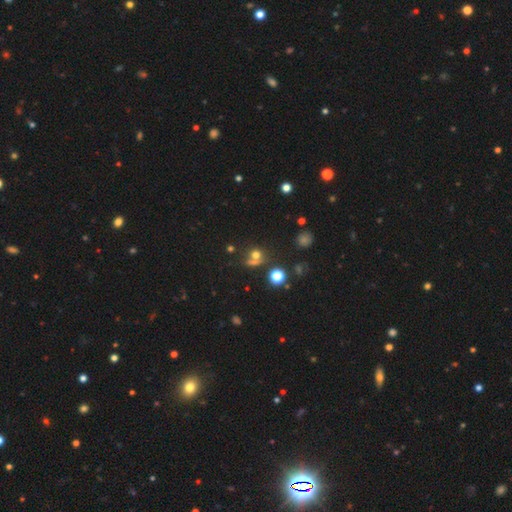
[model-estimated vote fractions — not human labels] Smooth or featured? Predicted: smooth (p=0.62). How rounded? Predicted: round (p=0.84). Merging? Predicted: none (p=0.51).